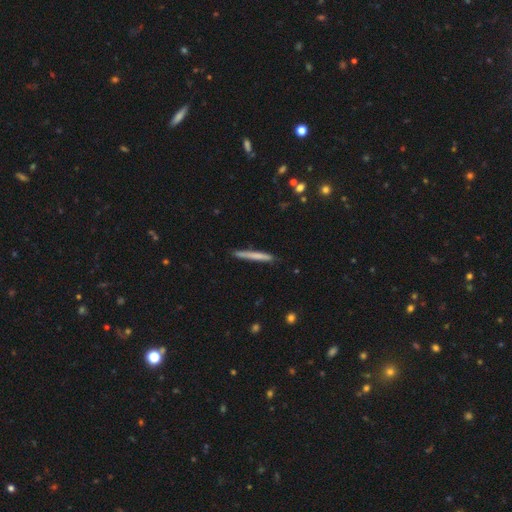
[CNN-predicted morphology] type=smooth (66%); roundness=cigar-shaped (97%); merging=none (88%).